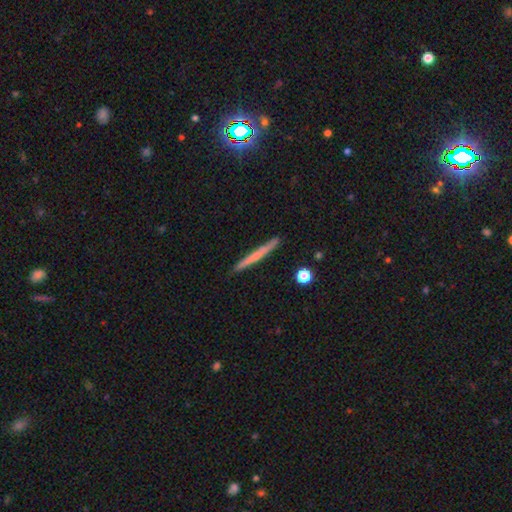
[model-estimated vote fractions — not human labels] A smooth galaxy with no disk features (49%). Merging: none (90%).